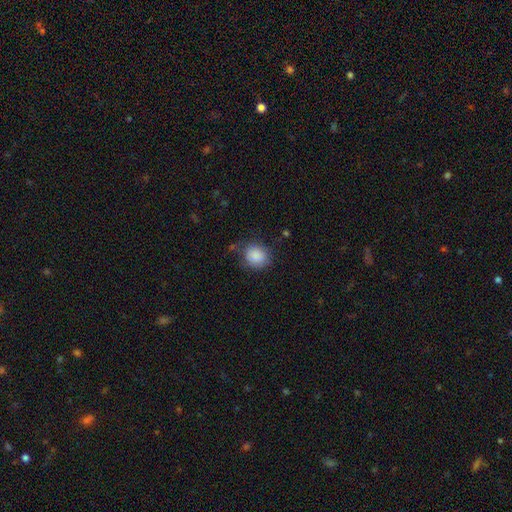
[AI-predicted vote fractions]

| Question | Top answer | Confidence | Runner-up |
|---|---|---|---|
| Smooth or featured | smooth | 85% | star or artifact (8%) |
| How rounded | round | 74% | in between (25%) |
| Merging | none | 67% | minor disturbance (22%) |